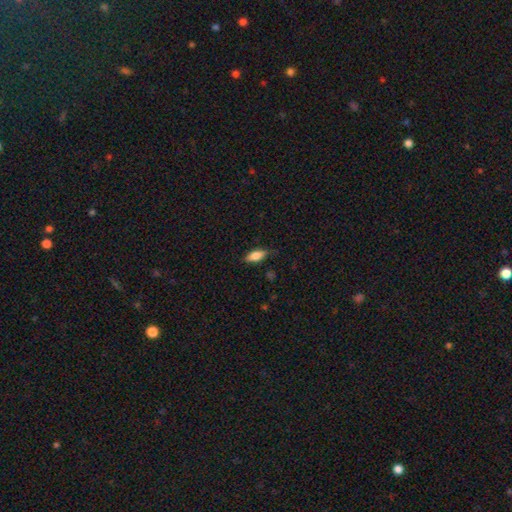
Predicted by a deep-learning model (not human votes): smooth-or-featured: smooth: 80% | featured or disk: 13% | star or artifact: 7%
  how-rounded: in between: 81% | cigar-shaped: 17% | round: 3%
  merging: none: 76% | minor disturbance: 19% | major disturbance: 4% | merger: 1%